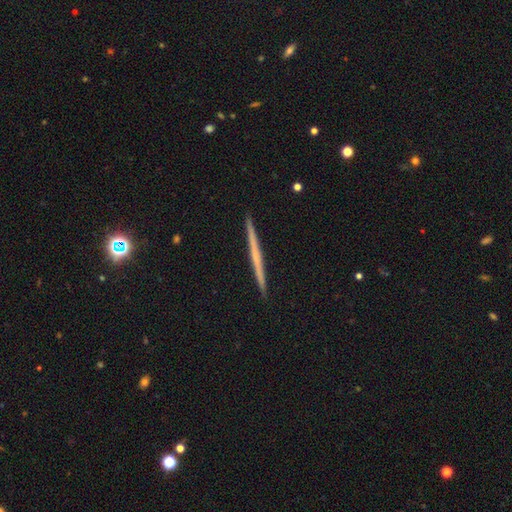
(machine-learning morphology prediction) The model was most divided on "smooth or featured": featured or disk: 58%, smooth: 36%, star or artifact: 6%. More confident: edge-on disk — yes (98%); merging — none (93%); edge-on bulge — none (86%).